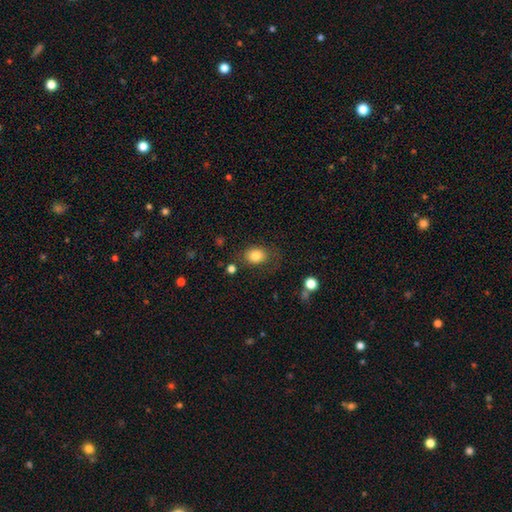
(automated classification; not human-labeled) Smooth or featured? Predicted: smooth (p=0.81). How rounded? Predicted: in between (p=0.59). Merging? Predicted: none (p=0.69).